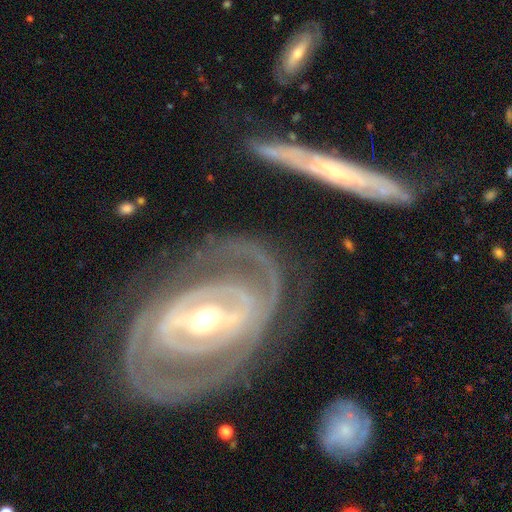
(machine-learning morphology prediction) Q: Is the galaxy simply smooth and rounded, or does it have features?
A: featured or disk — 87%.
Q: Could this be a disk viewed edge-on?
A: no — 90%.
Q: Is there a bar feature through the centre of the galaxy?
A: strong — 45%.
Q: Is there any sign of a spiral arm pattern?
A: yes — 91%.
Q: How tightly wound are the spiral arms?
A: tight — 63%.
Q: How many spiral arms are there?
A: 2 — 57%.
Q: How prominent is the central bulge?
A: moderate — 60%.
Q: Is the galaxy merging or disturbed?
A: none — 66%.